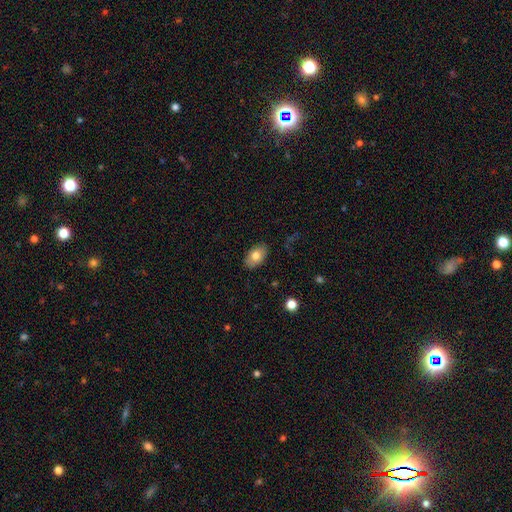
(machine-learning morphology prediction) smooth-or-featured: smooth: 76% | featured or disk: 17% | star or artifact: 7%
  how-rounded: in between: 90% | round: 9% | cigar-shaped: 1%
  merging: none: 86% | minor disturbance: 11% | major disturbance: 2% | merger: 1%